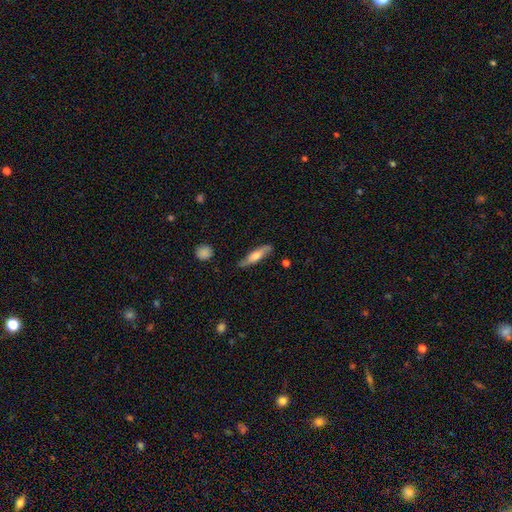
Smooth or featured: smooth — 67% (featured or disk — 23%)
How rounded: cigar-shaped — 73% (in between — 19%)
Merging: none — 80% (minor disturbance — 17%)